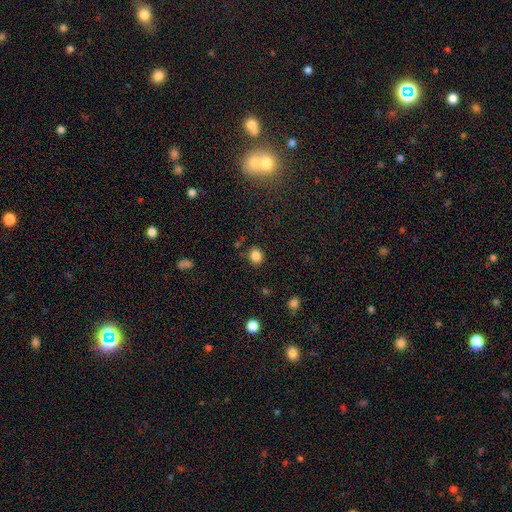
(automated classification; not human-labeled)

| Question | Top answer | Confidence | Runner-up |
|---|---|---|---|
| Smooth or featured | smooth | 85% | star or artifact (11%) |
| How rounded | round | 66% | in between (34%) |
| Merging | none | 82% | minor disturbance (11%) |